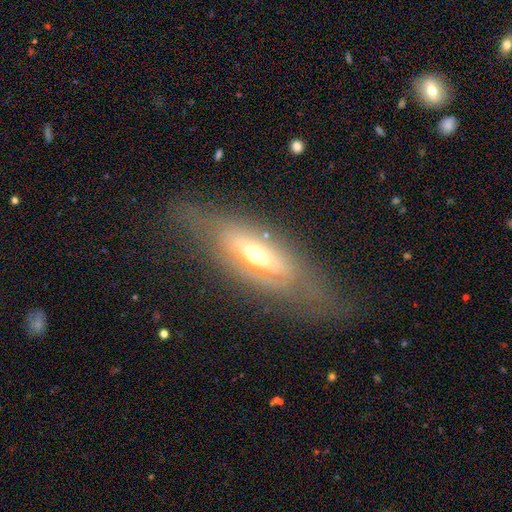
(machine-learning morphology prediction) Smooth or featured?
  - featured or disk: 66% *
  - smooth: 27%
  - star or artifact: 8%
Edge-on disk?
  - no: 51% *
  - yes: 49%
Merging?
  - none: 64% *
  - minor disturbance: 21%
  - major disturbance: 14%
  - merger: 2%